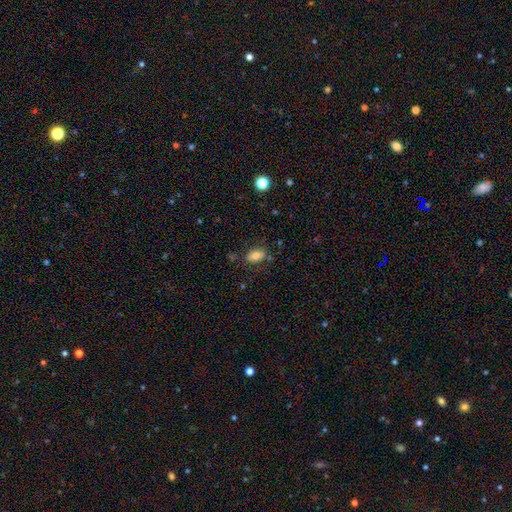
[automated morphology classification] Smooth or featured? smooth (77%)
How rounded? in between (86%)
Merging? none (76%)